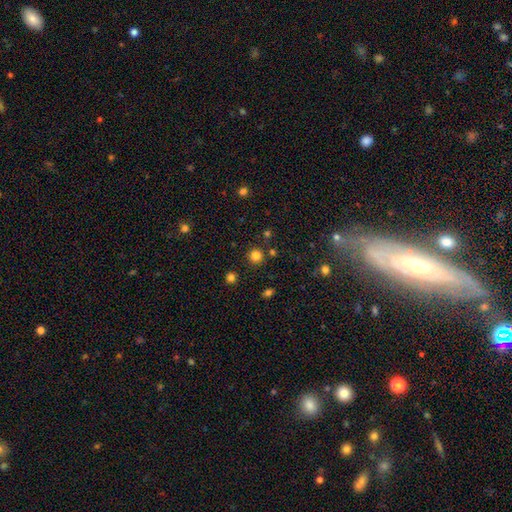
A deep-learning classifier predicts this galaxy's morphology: Smooth or featured?
  - smooth: 81% *
  - star or artifact: 15%
  - featured or disk: 4%
How rounded?
  - round: 94% *
  - in between: 5%
  - cigar-shaped: 1%
Merging?
  - none: 88% *
  - minor disturbance: 6%
  - merger: 4%
  - major disturbance: 2%